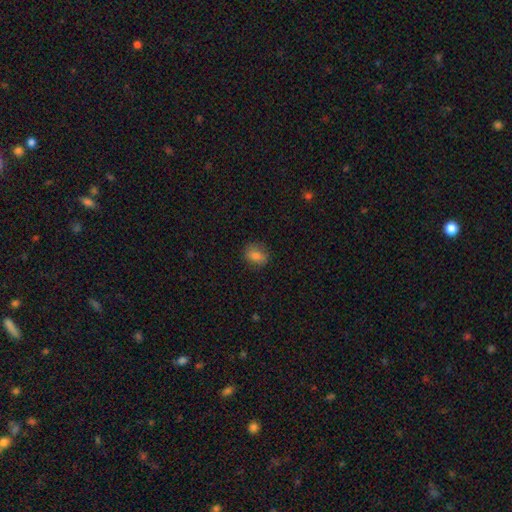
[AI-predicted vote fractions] smooth-or-featured: smooth: 79% | star or artifact: 11% | featured or disk: 10%
  how-rounded: round: 51% | in between: 47% | cigar-shaped: 2%
  merging: none: 83% | minor disturbance: 13% | major disturbance: 3% | merger: 1%